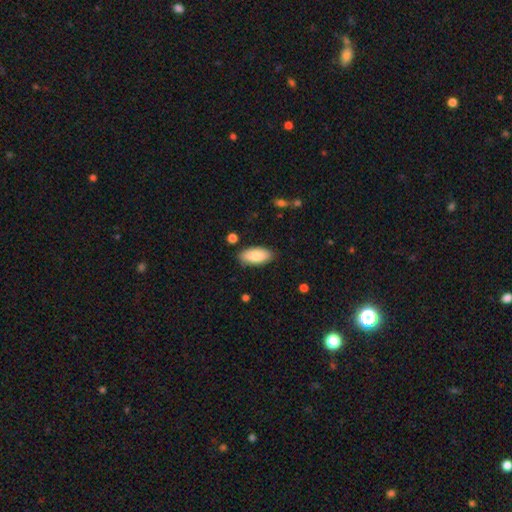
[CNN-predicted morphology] This is clearly a smooth galaxy (85%). How rounded: clearly in between (91%). Merging: clearly none (85%).